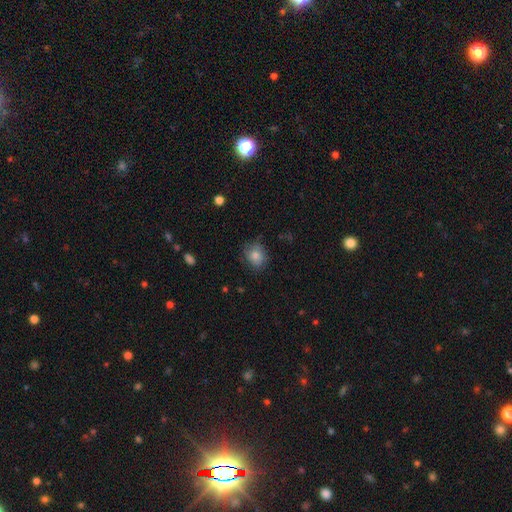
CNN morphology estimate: smooth_or_featured: smooth (p=0.81) [alt: featured or disk p=0.10]
how_rounded: round (p=0.65) [alt: in between p=0.34]
merging: none (p=0.71) [alt: minor disturbance p=0.22]